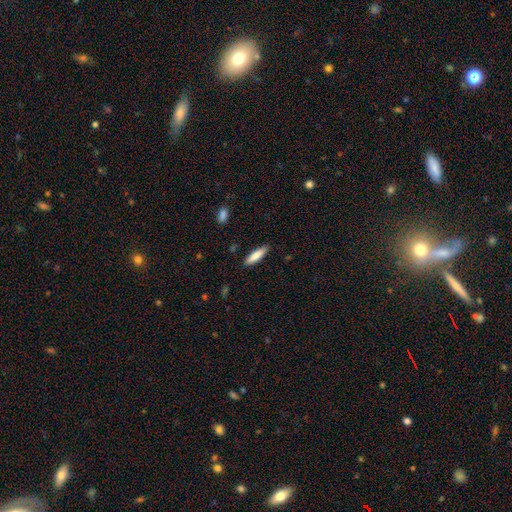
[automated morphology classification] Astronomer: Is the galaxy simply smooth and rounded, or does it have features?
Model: smooth — 81%.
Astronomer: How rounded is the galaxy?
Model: cigar-shaped — 70%.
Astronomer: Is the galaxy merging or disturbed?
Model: none — 88%.